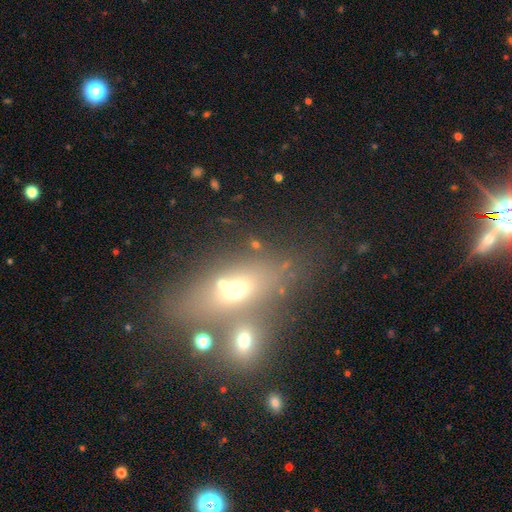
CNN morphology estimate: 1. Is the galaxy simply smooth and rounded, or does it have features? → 44% smooth, 33% featured or disk, 23% star or artifact.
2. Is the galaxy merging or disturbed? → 41% merger, 40% none, 11% minor disturbance, 8% major disturbance.